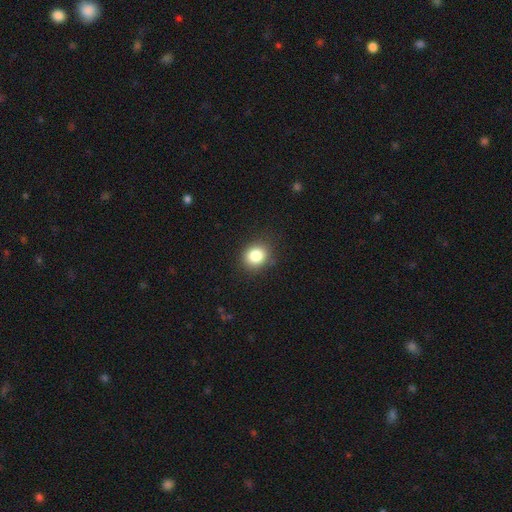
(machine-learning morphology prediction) smooth_or_featured: smooth (p=0.83) [alt: star or artifact p=0.11]
how_rounded: round (p=0.73) [alt: in between p=0.27]
merging: none (p=0.86) [alt: minor disturbance p=0.10]